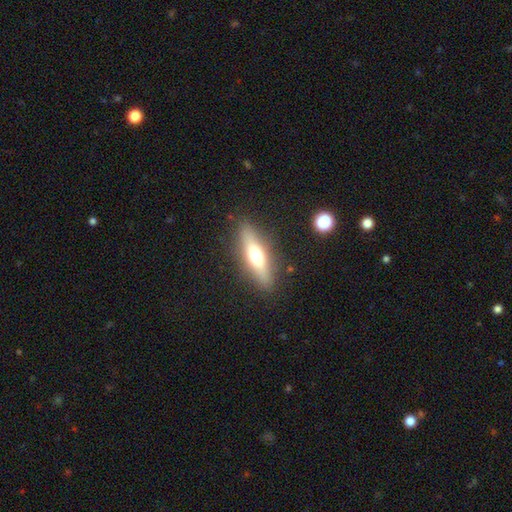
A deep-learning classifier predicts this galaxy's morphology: Smooth or featured? Predicted: smooth (p=0.49). Merging? Predicted: none (p=0.87).